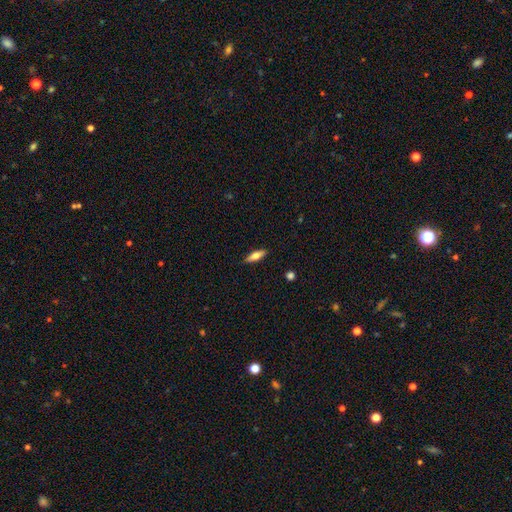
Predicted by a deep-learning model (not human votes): smooth 61%, featured or disk 32%, star or artifact 6%. Down the decision tree: how rounded — cigar-shaped (49%); merging — none (88%).